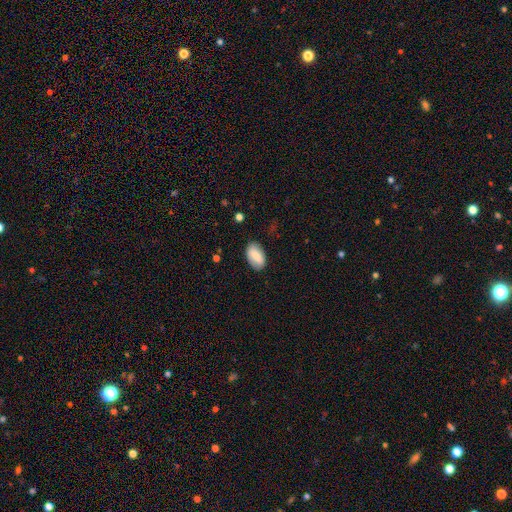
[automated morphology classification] A smooth galaxy with no disk features (80%) that is in between round and cigar-shaped (93%). Merging: none (82%).